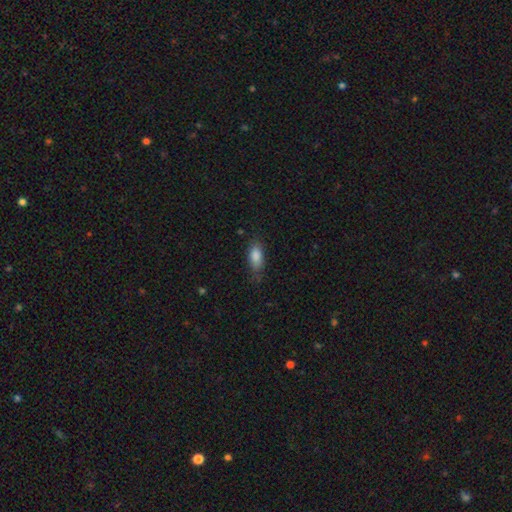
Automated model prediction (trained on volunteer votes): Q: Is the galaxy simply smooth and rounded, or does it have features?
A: smooth — 84%.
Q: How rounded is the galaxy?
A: in between — 84%.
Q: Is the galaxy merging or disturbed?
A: none — 72%.